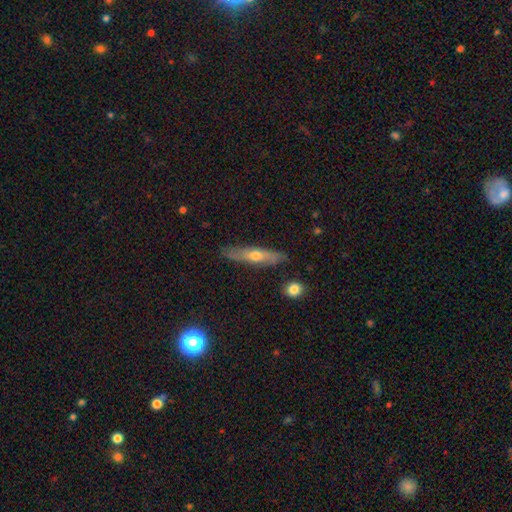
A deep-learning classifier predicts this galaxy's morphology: A featured or disk galaxy (52%) viewed edge-on (77%).

Vote fractions:
- Smooth or featured? featured or disk: 52% / smooth: 41% / star or artifact: 7%
- Edge-on disk? yes: 77% / no: 23%
- Merging? none: 83% / minor disturbance: 13% / major disturbance: 2% / merger: 2%